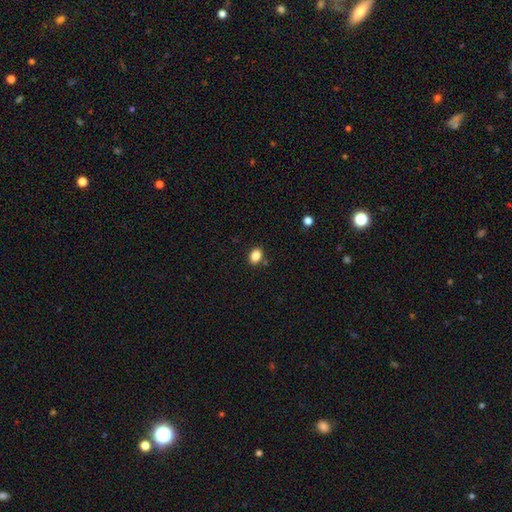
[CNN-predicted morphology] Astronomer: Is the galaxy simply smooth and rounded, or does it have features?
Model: smooth — 86%.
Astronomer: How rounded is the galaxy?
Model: in between — 72%.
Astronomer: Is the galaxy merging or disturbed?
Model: none — 83%.